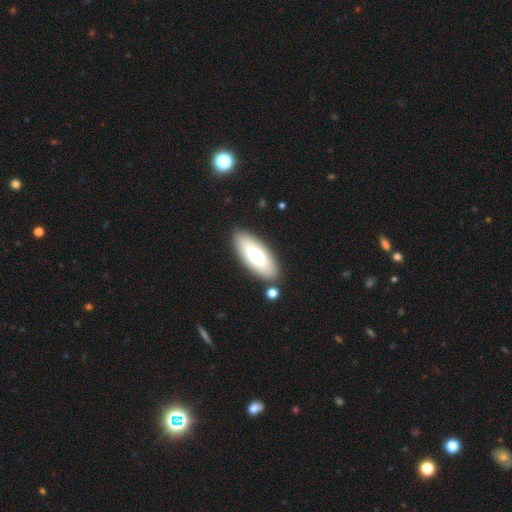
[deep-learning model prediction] A smooth galaxy with no disk features (70%) that is in between round and cigar-shaped (80%).

Vote fractions:
- Smooth or featured? smooth: 70% / featured or disk: 24% / star or artifact: 6%
- How rounded? in between: 80% / cigar-shaped: 18% / round: 2%
- Merging? none: 83% / minor disturbance: 10% / merger: 5% / major disturbance: 3%